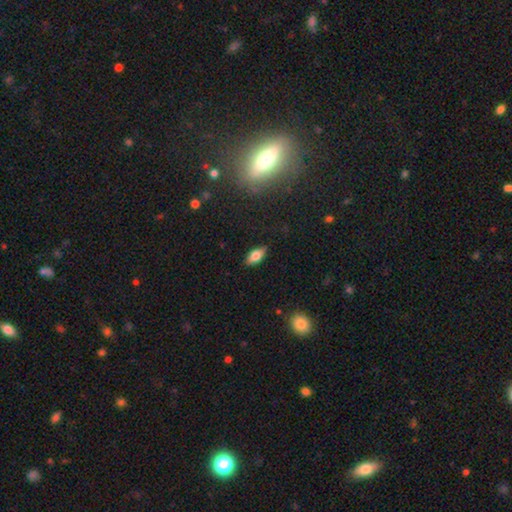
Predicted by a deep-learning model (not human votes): smooth_or_featured: smooth (p=0.67) [alt: featured or disk p=0.25]
how_rounded: in between (p=0.81) [alt: cigar-shaped p=0.15]
merging: none (p=0.87) [alt: minor disturbance p=0.10]